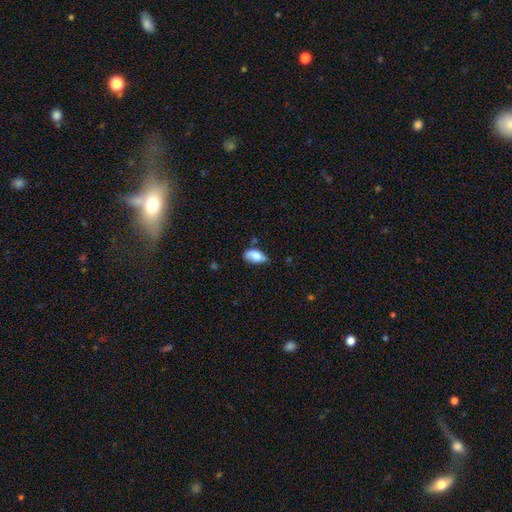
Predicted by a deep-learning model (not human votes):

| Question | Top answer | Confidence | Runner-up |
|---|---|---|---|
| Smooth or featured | smooth | 78% | featured or disk (15%) |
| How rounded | in between | 91% | cigar-shaped (5%) |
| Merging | none | 51% | minor disturbance (35%) |